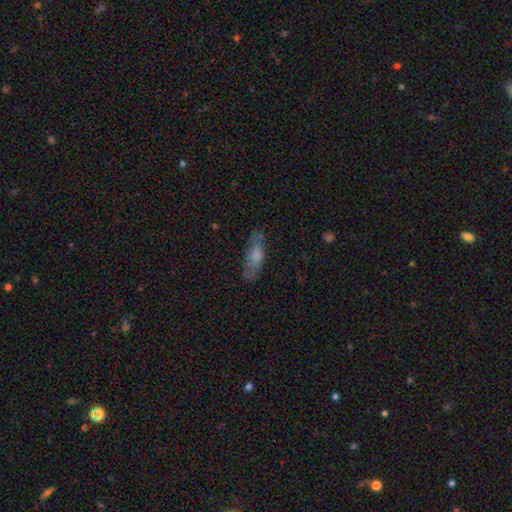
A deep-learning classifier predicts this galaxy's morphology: Smooth or featured?
  - smooth: 70% *
  - featured or disk: 23%
  - star or artifact: 7%
How rounded?
  - in between: 61% *
  - cigar-shaped: 37%
  - round: 2%
Merging?
  - none: 65% *
  - minor disturbance: 24%
  - major disturbance: 9%
  - merger: 2%